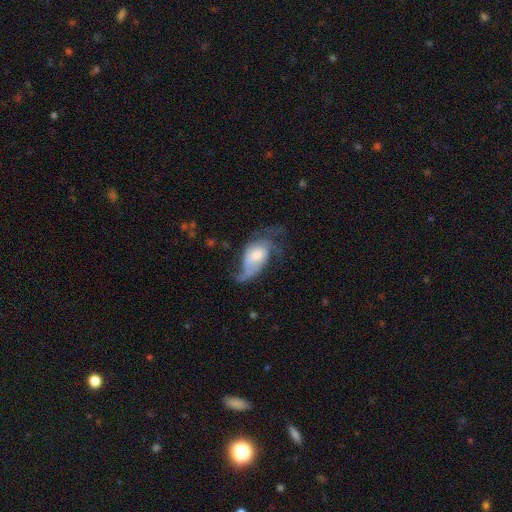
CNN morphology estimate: type=featured or disk (65%); edge-on=no (94%); bar=no (66%); spiral arms=yes (82%); winding=loose (56%); arm count=2 (48%); bulge=moderate (42%); merging=major disturbance (42%).